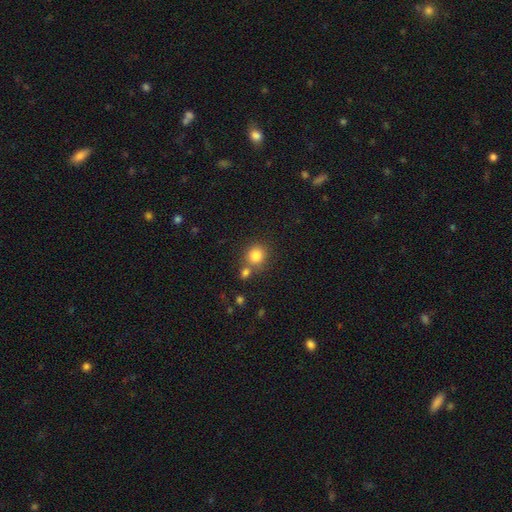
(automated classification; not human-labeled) Smooth or featured: smooth — 83% (star or artifact — 11%)
How rounded: round — 85% (in between — 14%)
Merging: none — 62% (merger — 25%)